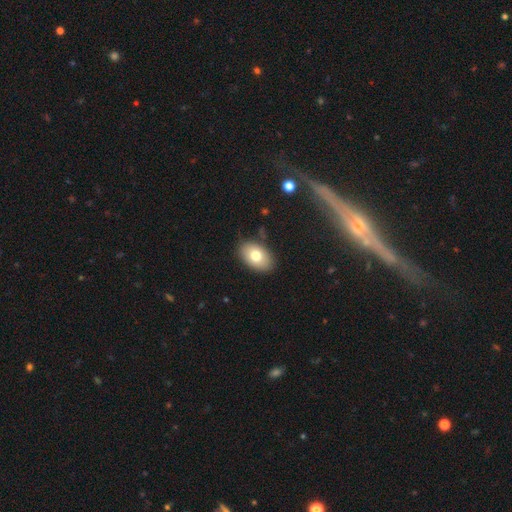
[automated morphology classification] smooth_or_featured: smooth (p=0.75) [alt: featured or disk p=0.17]
how_rounded: in between (p=0.89) [alt: round p=0.10]
merging: none (p=0.84) [alt: minor disturbance p=0.12]